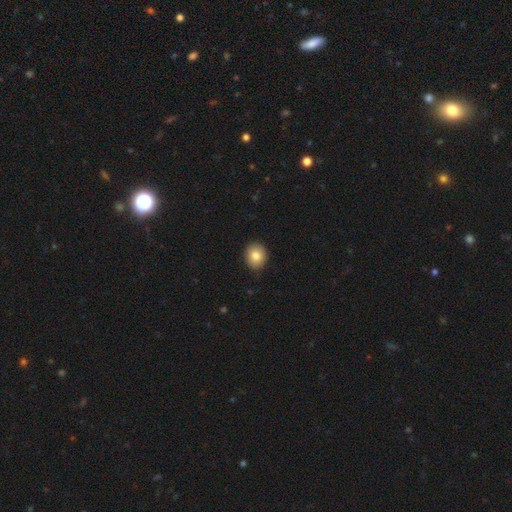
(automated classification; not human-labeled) A smooth galaxy with no disk features (83%) that is round (69%). Merging: none (89%).